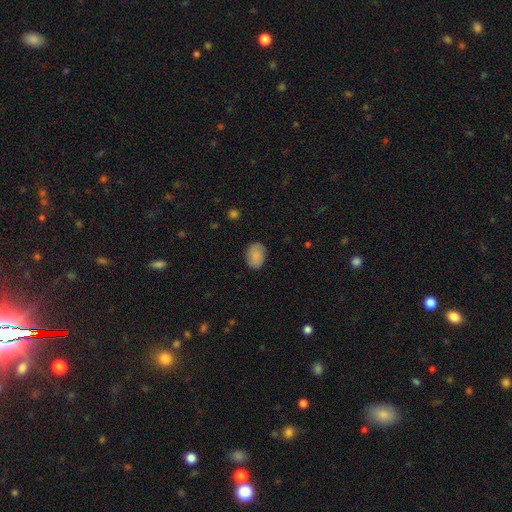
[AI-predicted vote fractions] Smooth or featured?
  - smooth: 84% *
  - featured or disk: 9%
  - star or artifact: 7%
How rounded?
  - in between: 71% *
  - round: 28%
  - cigar-shaped: 1%
Merging?
  - none: 82% *
  - minor disturbance: 14%
  - major disturbance: 3%
  - merger: 1%